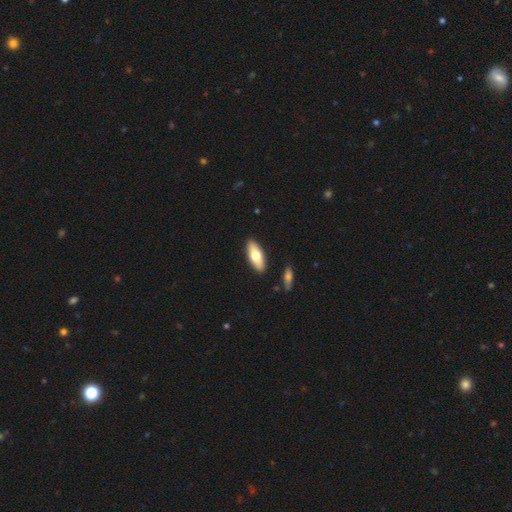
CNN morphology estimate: The model was most divided on "smooth or featured": smooth: 68%, featured or disk: 26%, star or artifact: 5%. More confident: merging — none (89%); how rounded — in between (72%).